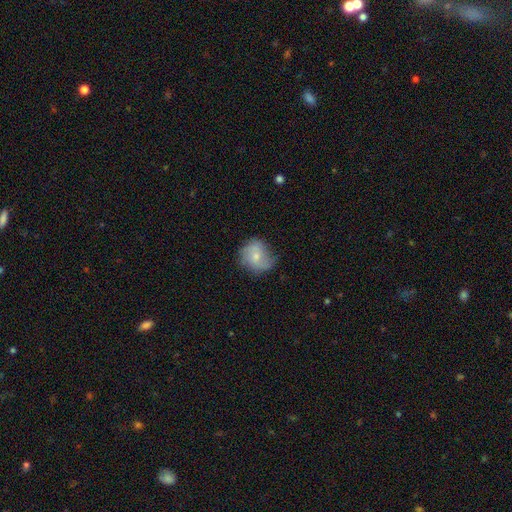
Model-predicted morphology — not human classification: The model was most divided on "smooth or featured": smooth: 51%, featured or disk: 41%, star or artifact: 7%. More confident: how rounded — round (77%); merging — none (64%).